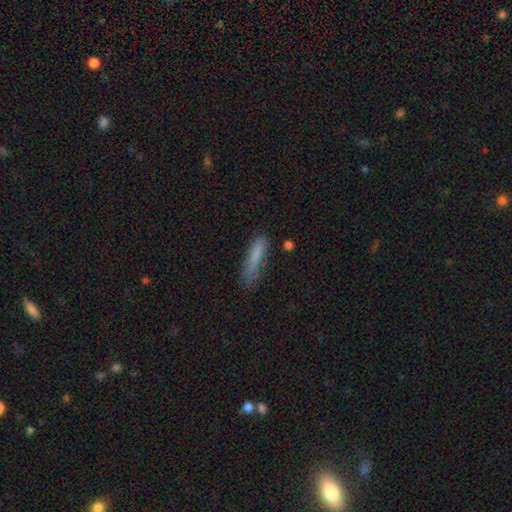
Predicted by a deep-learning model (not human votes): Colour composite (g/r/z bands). It shows a smooth galaxy with no disk features (79%) that is cigar-shaped (81%). Merging: none (61%).